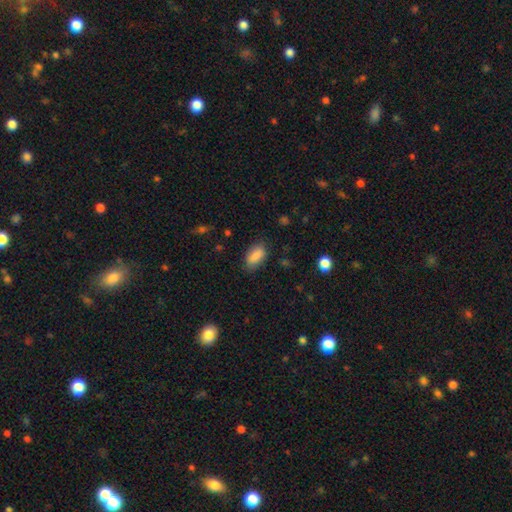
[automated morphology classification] Overall: smooth (87%). How rounded: in between (90%). Merging: none (78%).